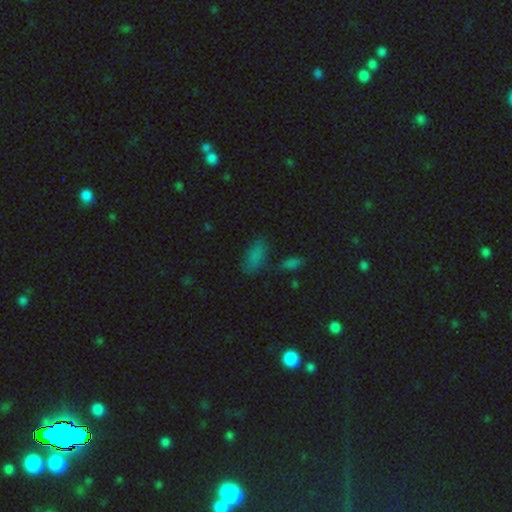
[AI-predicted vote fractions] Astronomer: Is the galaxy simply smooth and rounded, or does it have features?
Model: smooth — 79%.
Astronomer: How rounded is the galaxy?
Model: in between — 86%.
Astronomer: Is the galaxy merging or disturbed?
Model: none — 72%.